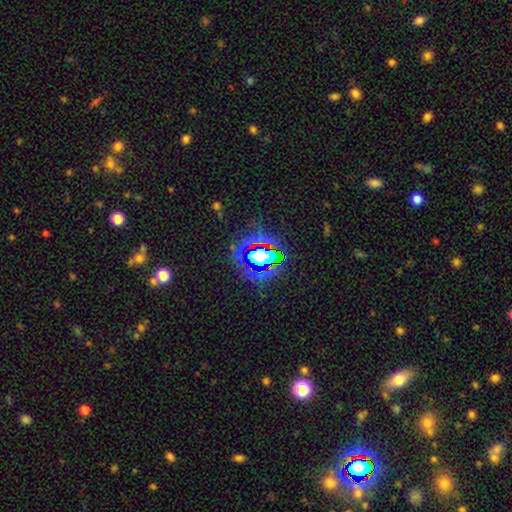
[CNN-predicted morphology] A star or artifact, not a galaxy (64%).

Vote fractions:
- Smooth or featured? star or artifact: 64% / smooth: 22% / featured or disk: 14%